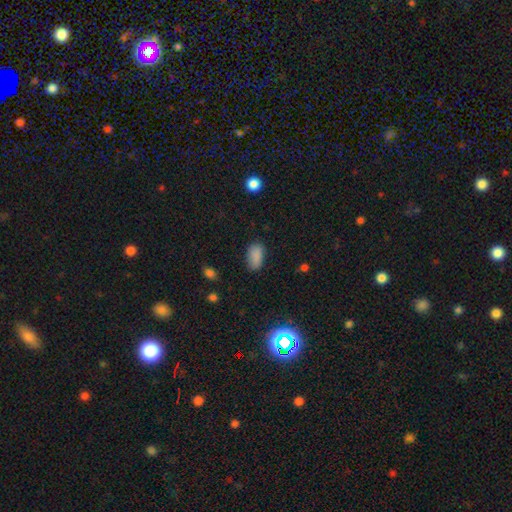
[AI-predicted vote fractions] The model was most divided on "merging": none: 77%, minor disturbance: 17%, major disturbance: 4%, merger: 2%. More confident: how rounded — in between (93%); smooth or featured — smooth (86%).